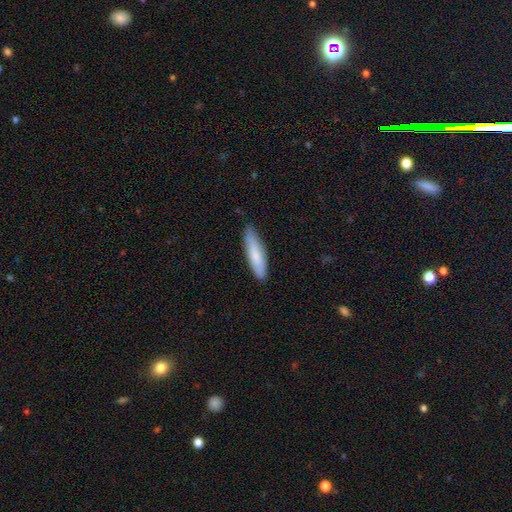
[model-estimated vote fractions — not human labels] Smooth or featured? smooth (79%)
How rounded? cigar-shaped (69%)
Merging? none (81%)